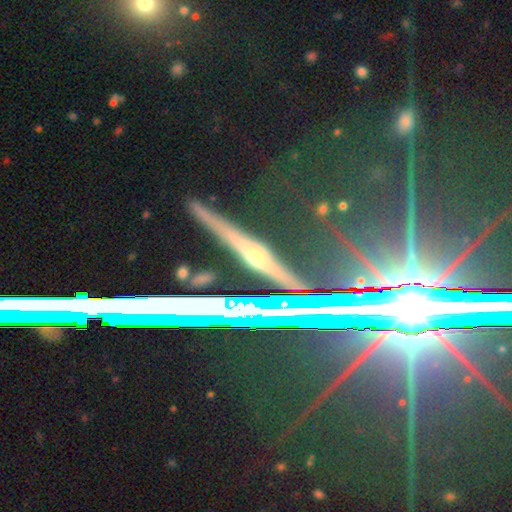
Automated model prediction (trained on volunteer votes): Overall: featured or disk (54%; star or artifact 33%). Edge-on disk: yes (90%). Merging: none (87%).